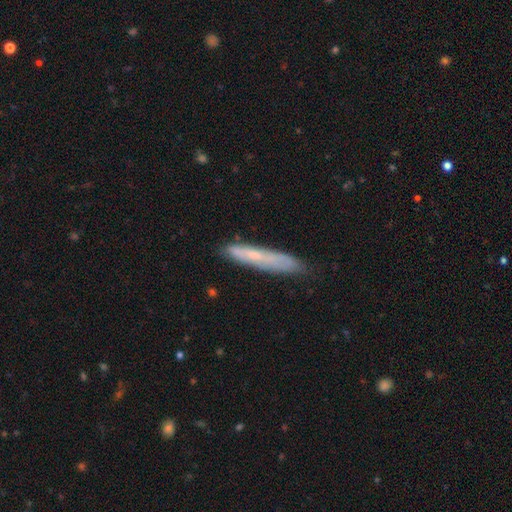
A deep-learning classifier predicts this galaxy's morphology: Smooth or featured? smooth (54%)
How rounded? cigar-shaped (89%)
Merging? none (72%)